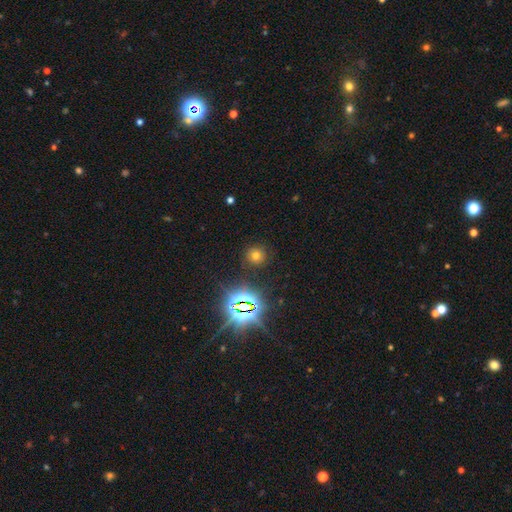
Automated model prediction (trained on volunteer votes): Smooth or featured: smooth — 61% (star or artifact — 30%)
How rounded: round — 92% (in between — 7%)
Merging: none — 88% (minor disturbance — 7%)